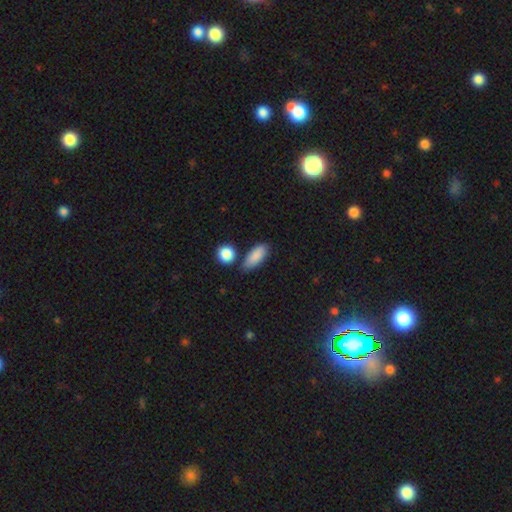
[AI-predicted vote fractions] The model was most divided on "merging": none: 67%, minor disturbance: 18%, merger: 11%, major disturbance: 4%. More confident: smooth or featured — smooth (86%); how rounded — in between (77%).